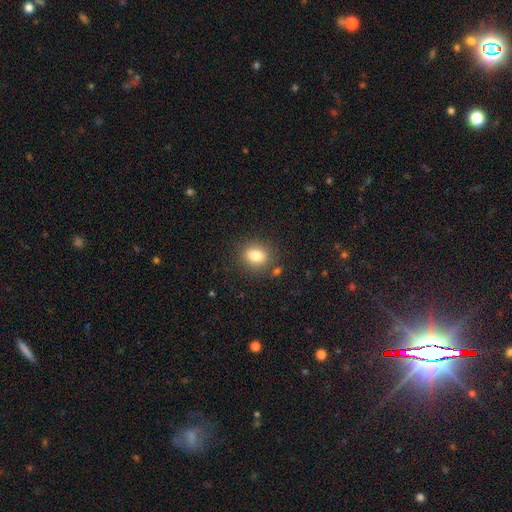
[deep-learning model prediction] A smooth galaxy with no disk features (82%) that is round (50%). Merging: none (83%).